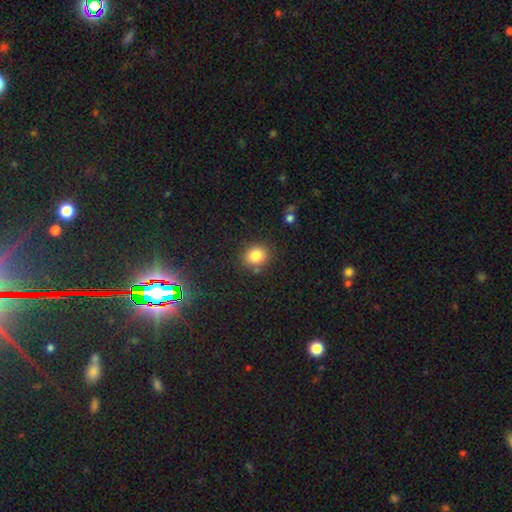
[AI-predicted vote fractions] Smooth or featured: smooth — 83% (star or artifact — 11%)
How rounded: round — 68% (in between — 31%)
Merging: none — 82% (minor disturbance — 11%)